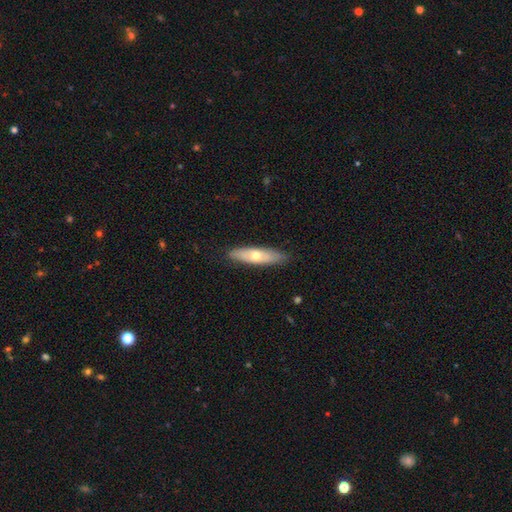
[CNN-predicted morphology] smooth 54%, featured or disk 40%, star or artifact 6%. Down the decision tree: how rounded — cigar-shaped (62%); merging — none (86%).